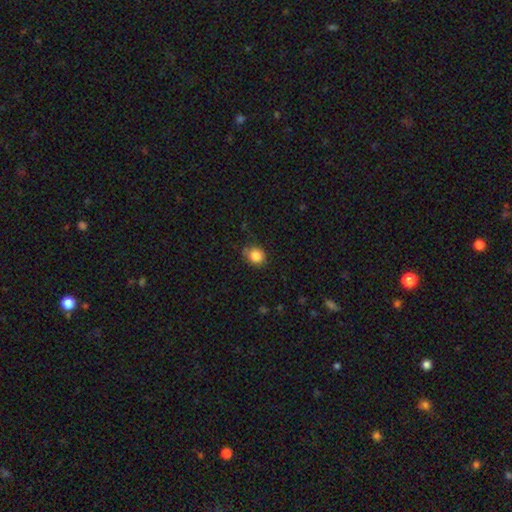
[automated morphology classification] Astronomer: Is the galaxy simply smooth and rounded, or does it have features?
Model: smooth — 85%.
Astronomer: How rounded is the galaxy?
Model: round — 73%.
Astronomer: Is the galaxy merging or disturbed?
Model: none — 74%.